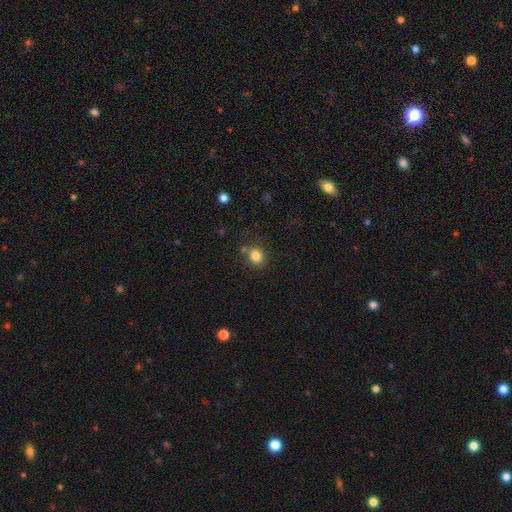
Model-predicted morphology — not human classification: Smooth or featured? smooth (84%)
How rounded? round (73%)
Merging? none (78%)